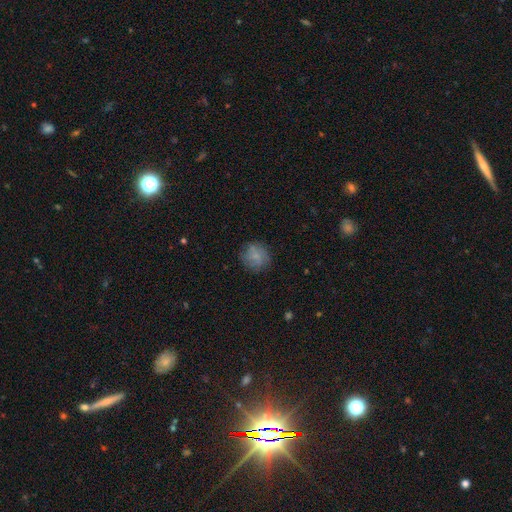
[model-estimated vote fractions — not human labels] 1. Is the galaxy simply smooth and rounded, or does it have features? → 73% smooth, 17% featured or disk, 10% star or artifact.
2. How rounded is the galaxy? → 88% round, 10% in between, 1% cigar-shaped.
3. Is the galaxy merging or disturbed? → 78% none, 15% minor disturbance, 5% major disturbance, 1% merger.